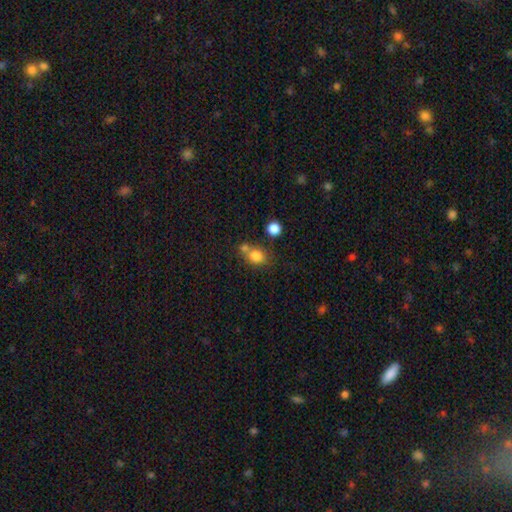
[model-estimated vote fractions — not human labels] smooth 80%, star or artifact 11%, featured or disk 9%. Down the decision tree: how rounded — round (63%); merging — none (52%).